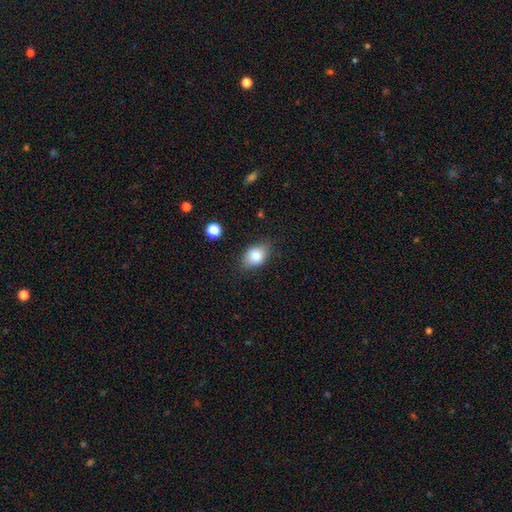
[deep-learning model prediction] Smooth or featured?
  - smooth: 84% *
  - star or artifact: 8%
  - featured or disk: 8%
How rounded?
  - in between: 76% *
  - round: 23%
  - cigar-shaped: 1%
Merging?
  - none: 79% *
  - minor disturbance: 15%
  - major disturbance: 4%
  - merger: 1%